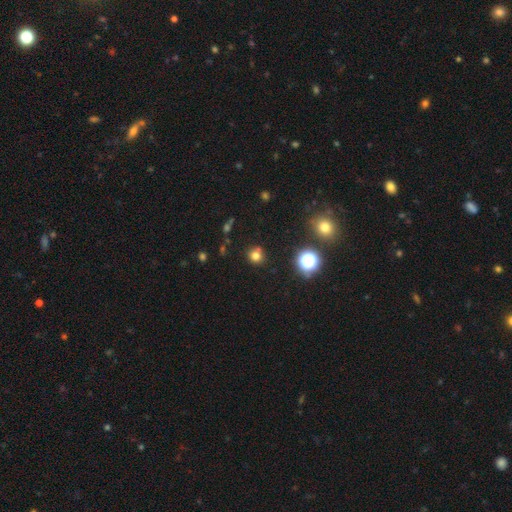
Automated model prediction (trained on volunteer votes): A smooth galaxy with no disk features (75%) that is round (89%).

Vote fractions:
- Smooth or featured? smooth: 75% / star or artifact: 19% / featured or disk: 7%
- How rounded? round: 89% / in between: 10% / cigar-shaped: 1%
- Merging? none: 78% / minor disturbance: 11% / merger: 9% / major disturbance: 3%